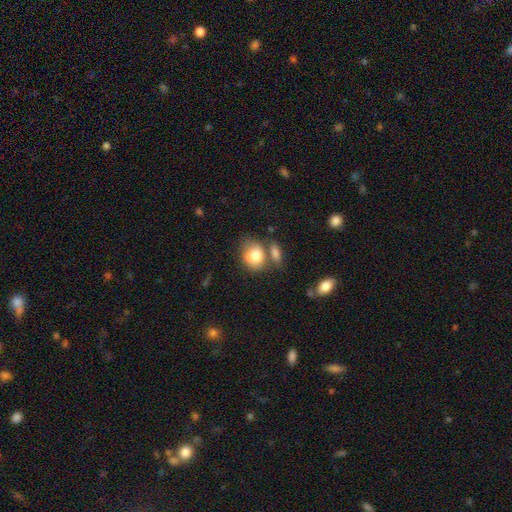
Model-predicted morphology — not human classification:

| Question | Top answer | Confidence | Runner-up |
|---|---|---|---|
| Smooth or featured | smooth | 80% | featured or disk (12%) |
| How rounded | round | 56% | in between (42%) |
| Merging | none | 49% | merger (28%) |